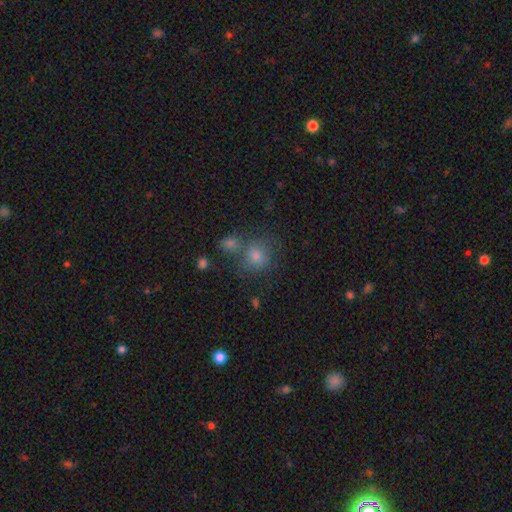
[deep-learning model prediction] smooth-or-featured: smooth: 71% | star or artifact: 17% | featured or disk: 12%
  how-rounded: round: 83% | in between: 16% | cigar-shaped: 1%
  merging: none: 59% | merger: 23% | minor disturbance: 12% | major disturbance: 6%